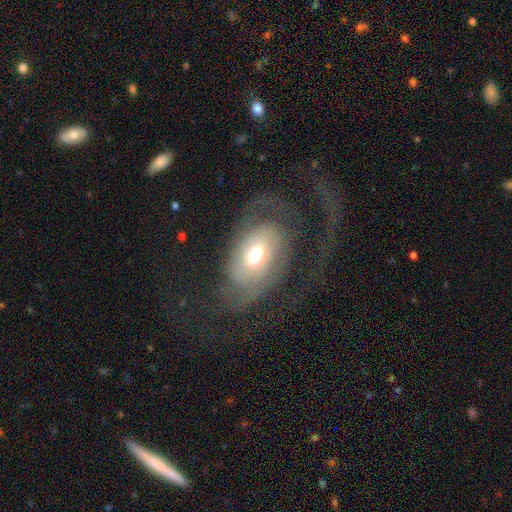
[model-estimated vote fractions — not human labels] Smooth or featured?
  - featured or disk: 58% *
  - smooth: 34%
  - star or artifact: 8%
Edge-on disk?
  - no: 93% *
  - yes: 7%
Bar?
  - no: 74% *
  - weak: 20%
  - strong: 7%
Spiral arms?
  - yes: 61% *
  - no: 39%
Bulge size?
  - moderate: 68% *
  - small: 17%
  - large: 12%
  - dominant: 2%
  - none: 1%
Merging?
  - none: 43% *
  - major disturbance: 37%
  - minor disturbance: 17%
  - merger: 2%